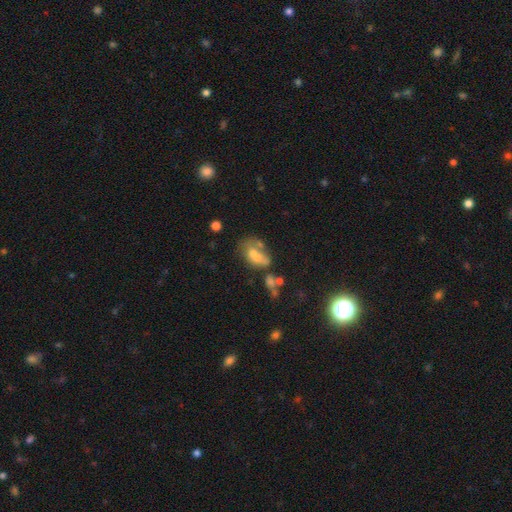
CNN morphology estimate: A smooth galaxy with no disk features (56%) that is in between round and cigar-shaped (83%). Merging: merger (38%).